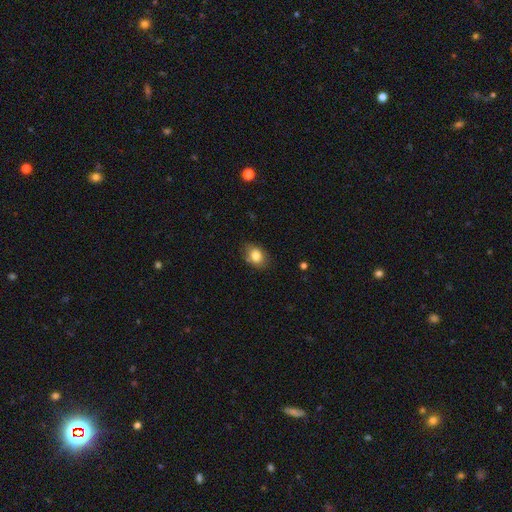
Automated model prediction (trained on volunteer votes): Smooth or featured: smooth — 82% (featured or disk — 9%)
How rounded: in between — 71% (round — 27%)
Merging: none — 76% (minor disturbance — 18%)